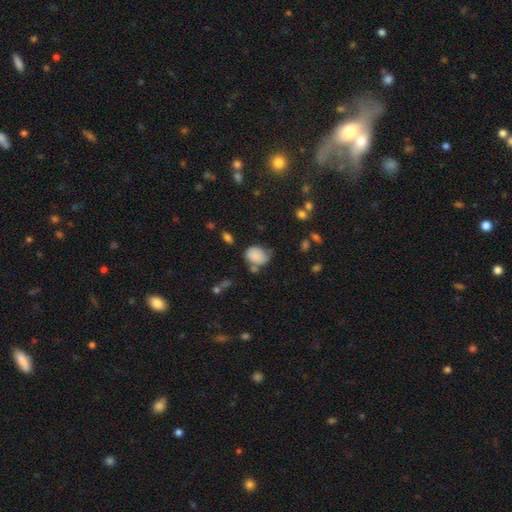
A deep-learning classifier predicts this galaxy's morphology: smooth-or-featured: smooth: 83% | star or artifact: 9% | featured or disk: 8%
  how-rounded: in between: 66% | round: 33% | cigar-shaped: 1%
  merging: none: 48% | minor disturbance: 31% | major disturbance: 11% | merger: 10%